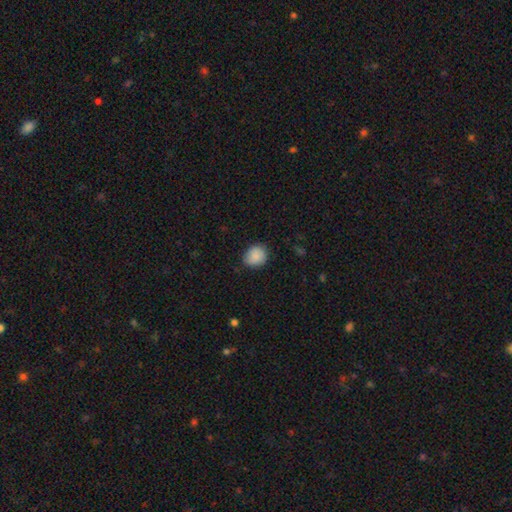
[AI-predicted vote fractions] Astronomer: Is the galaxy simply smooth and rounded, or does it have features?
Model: smooth — 87%.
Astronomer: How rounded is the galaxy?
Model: round — 70%.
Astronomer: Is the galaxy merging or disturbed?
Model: none — 76%.